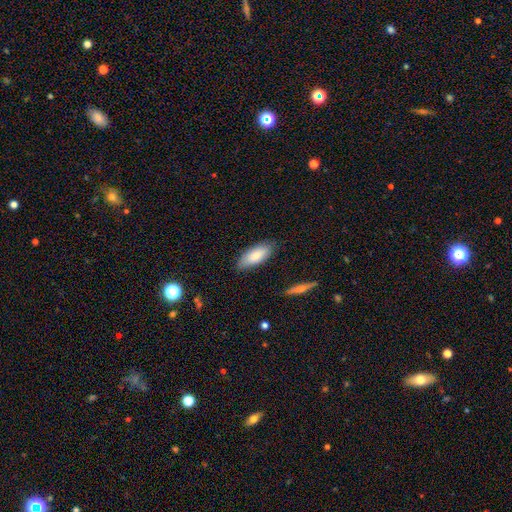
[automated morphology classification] Smooth or featured? smooth (84%)
How rounded? in between (81%)
Merging? none (82%)